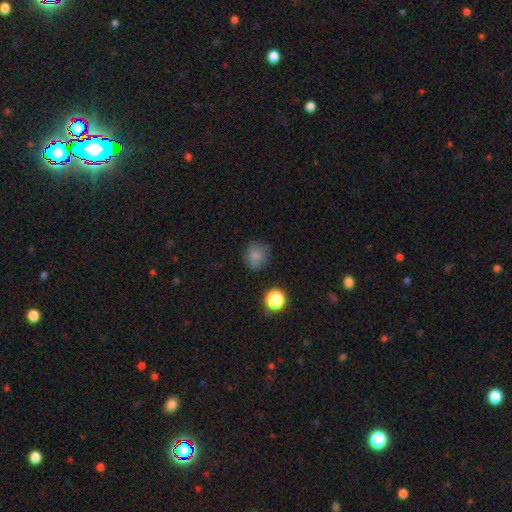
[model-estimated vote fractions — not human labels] This appears to be a smooth galaxy with no disk features (78%) that is round (79%). Merging: none (71%).